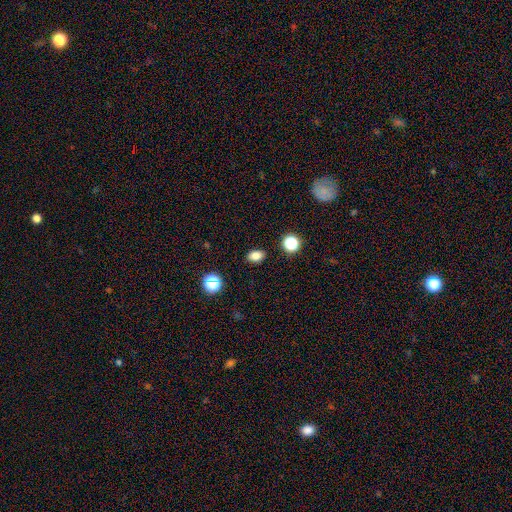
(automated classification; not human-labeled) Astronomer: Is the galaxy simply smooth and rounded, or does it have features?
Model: smooth — 82%.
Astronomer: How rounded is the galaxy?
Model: in between — 81%.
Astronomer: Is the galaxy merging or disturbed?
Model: none — 88%.